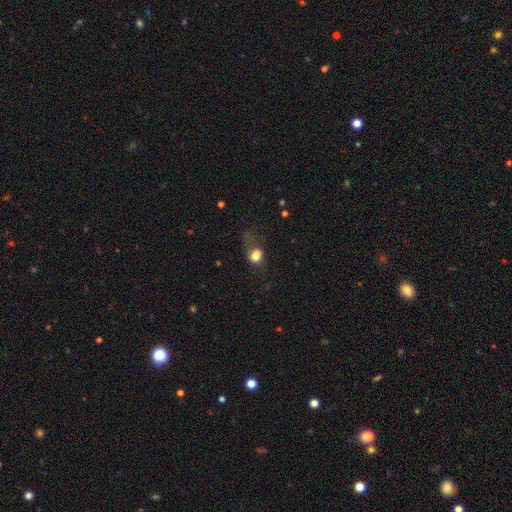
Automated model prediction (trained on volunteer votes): smooth 73%, featured or disk 16%, star or artifact 11%. Down the decision tree: how rounded — in between (53%); merging — major disturbance (45%).